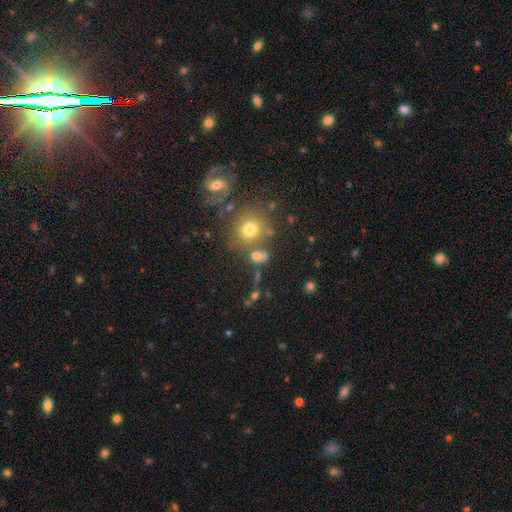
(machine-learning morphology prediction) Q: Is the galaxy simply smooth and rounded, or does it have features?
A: smooth — 64%.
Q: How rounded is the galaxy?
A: round — 56%.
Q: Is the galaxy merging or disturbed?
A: none — 55%.